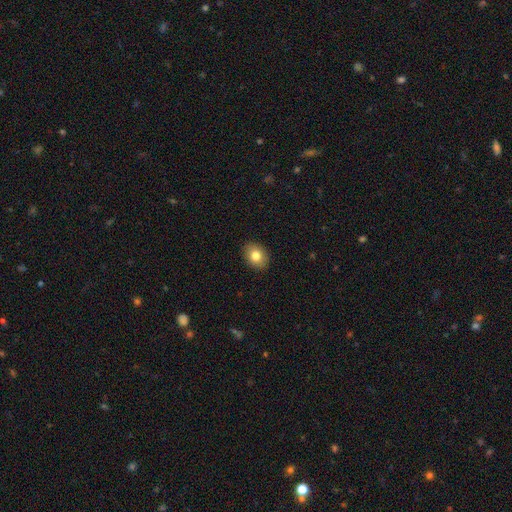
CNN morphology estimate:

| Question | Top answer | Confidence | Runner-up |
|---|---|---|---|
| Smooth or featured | smooth | 80% | featured or disk (11%) |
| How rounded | in between | 63% | round (37%) |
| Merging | none | 90% | minor disturbance (7%) |